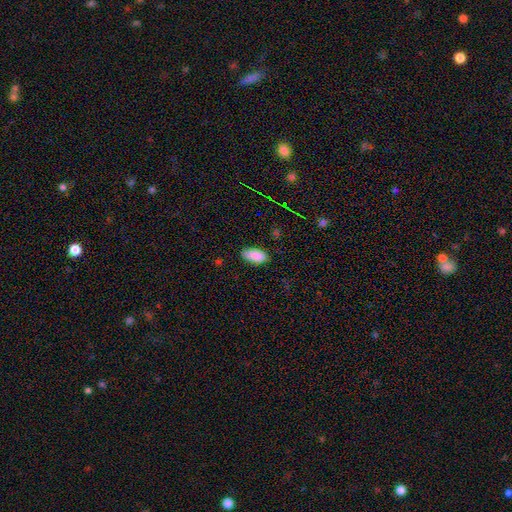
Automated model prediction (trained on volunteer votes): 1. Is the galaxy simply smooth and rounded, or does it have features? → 88% smooth, 8% star or artifact, 4% featured or disk.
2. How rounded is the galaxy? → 92% in between, 5% cigar-shaped, 2% round.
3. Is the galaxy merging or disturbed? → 80% none, 16% minor disturbance, 3% major disturbance, 1% merger.